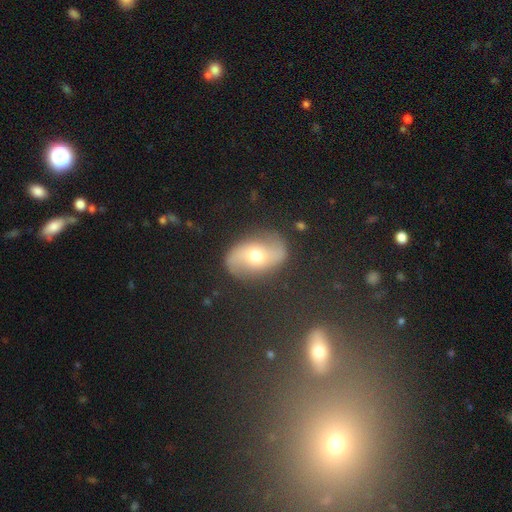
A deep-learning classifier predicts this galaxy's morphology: Smooth or featured? Predicted: featured or disk (p=0.75). Edge-on disk? Predicted: no (p=0.96). Bar? Predicted: no (p=0.52). Spiral arms? Predicted: yes (p=0.88). Spiral winding? Predicted: loose (p=0.63). Spiral arm count? Predicted: 2 (p=0.93). Bulge size? Predicted: moderate (p=0.70). Merging? Predicted: none (p=0.83).